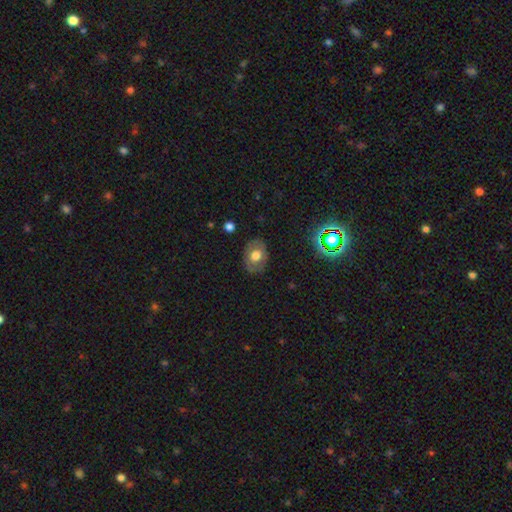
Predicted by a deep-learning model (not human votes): The model was most divided on "smooth or featured": smooth: 56%, featured or disk: 34%, star or artifact: 10%. More confident: merging — none (82%); how rounded — in between (68%).